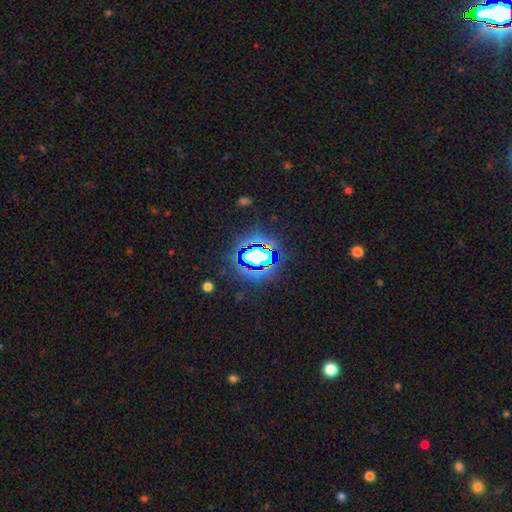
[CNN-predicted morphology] Q: Smooth or featured?
A: star or artifact (69%); runner-up: smooth (18%)